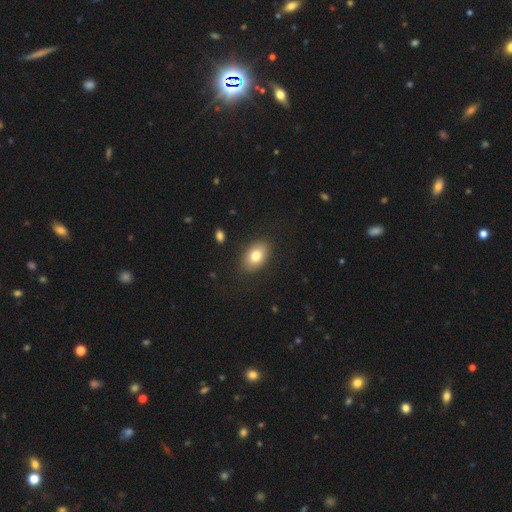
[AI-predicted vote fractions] A smooth galaxy with no disk features (80%) that is in between round and cigar-shaped (85%). Merging: none (87%).